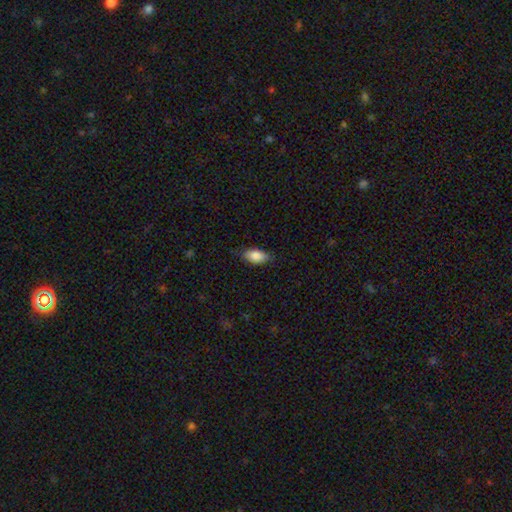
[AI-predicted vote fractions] smooth-or-featured: smooth: 86% | featured or disk: 8% | star or artifact: 7%
  how-rounded: in between: 91% | cigar-shaped: 4% | round: 4%
  merging: none: 79% | minor disturbance: 17% | major disturbance: 3% | merger: 1%